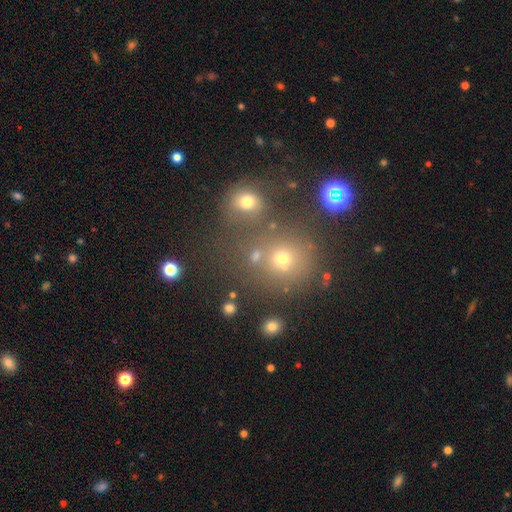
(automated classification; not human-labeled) Overall: smooth (65%; star or artifact 25%). How rounded: round (83%). Merging: none (59%; merger 26%).